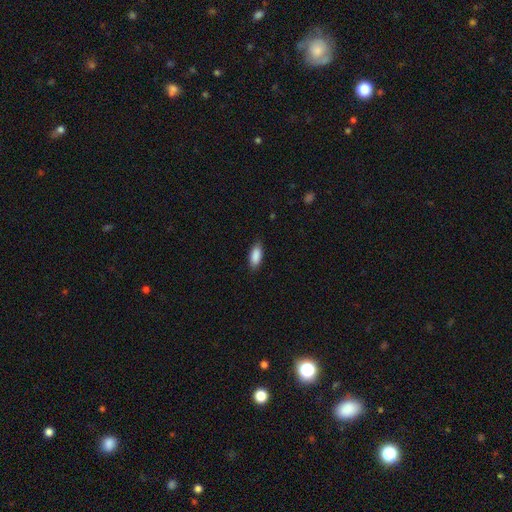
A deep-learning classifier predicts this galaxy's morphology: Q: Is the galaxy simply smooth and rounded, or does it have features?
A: smooth — 89%.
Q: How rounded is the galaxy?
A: in between — 83%.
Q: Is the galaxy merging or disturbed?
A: none — 85%.